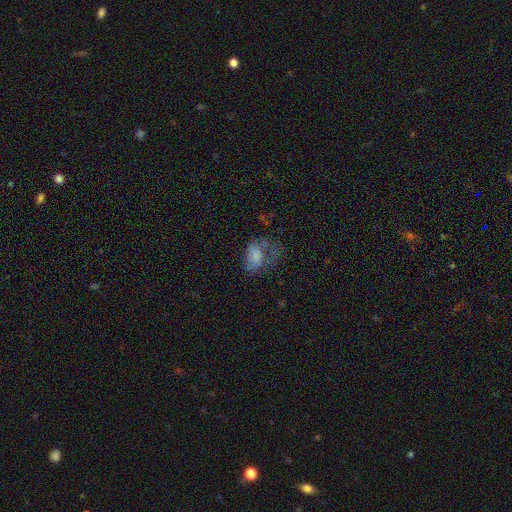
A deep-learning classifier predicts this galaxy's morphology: type=smooth (63%); roundness=in between (82%); merging=major disturbance (50%).